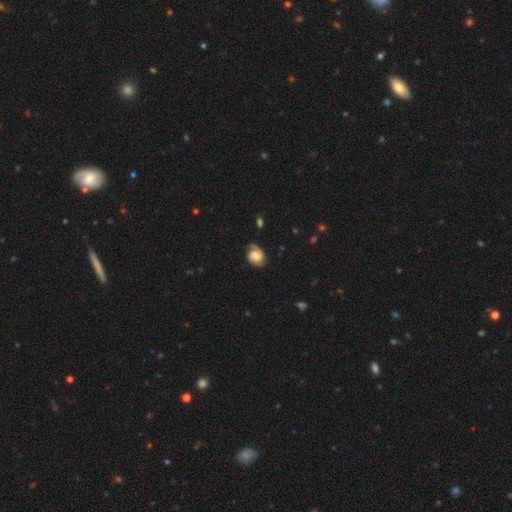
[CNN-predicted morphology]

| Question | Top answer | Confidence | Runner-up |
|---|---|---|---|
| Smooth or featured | featured or disk | 69% | smooth (23%) |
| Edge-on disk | no | 98% | yes (2%) |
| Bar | no | 54% | weak (38%) |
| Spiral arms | yes | 95% | no (5%) |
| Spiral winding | medium | 44% | tight (37%) |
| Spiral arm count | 2 | 78% | 1 (11%) |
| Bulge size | moderate | 30% | large (22%) |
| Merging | none | 69% | minor disturbance (21%) |